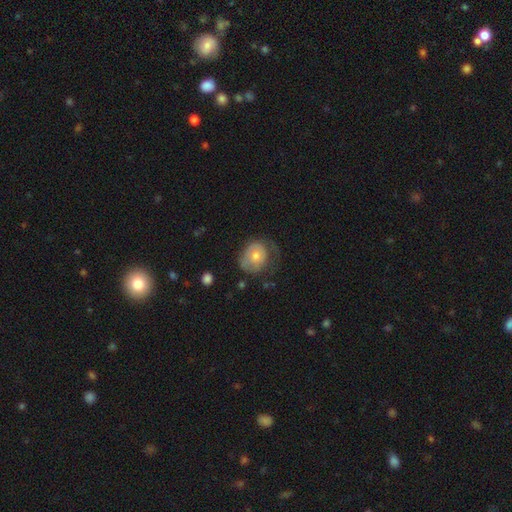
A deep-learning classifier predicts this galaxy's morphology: A smooth galaxy with no disk features (58%) that is round (66%).

Vote fractions:
- Smooth or featured? smooth: 58% / featured or disk: 35% / star or artifact: 7%
- How rounded? round: 66% / in between: 33% / cigar-shaped: 1%
- Merging? none: 41% / minor disturbance: 31% / major disturbance: 26% / merger: 2%